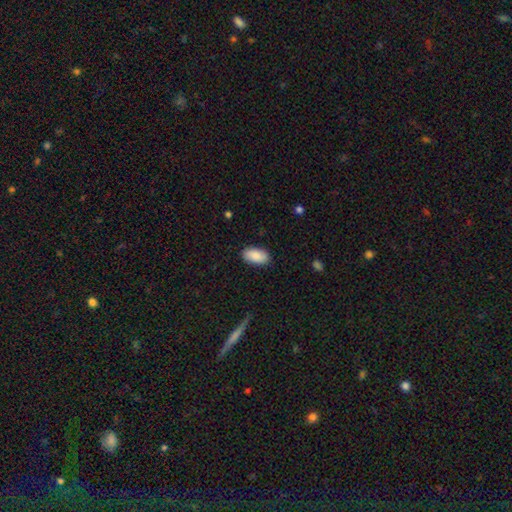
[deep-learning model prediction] A smooth galaxy with no disk features (89%) that is in between round and cigar-shaped (95%).

Vote fractions:
- Smooth or featured? smooth: 89% / star or artifact: 6% / featured or disk: 5%
- How rounded? in between: 95% / round: 3% / cigar-shaped: 2%
- Merging? none: 87% / minor disturbance: 10% / major disturbance: 2% / merger: 1%